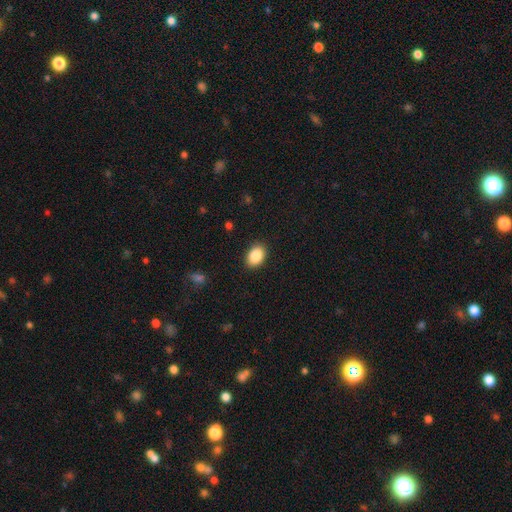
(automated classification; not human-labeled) Q: Smooth or featured?
A: smooth (87%); runner-up: star or artifact (8%)
Q: How rounded?
A: in between (82%); runner-up: round (17%)
Q: Merging?
A: none (88%); runner-up: minor disturbance (8%)